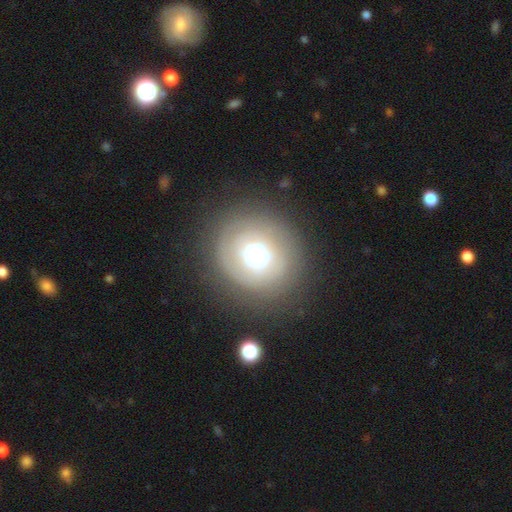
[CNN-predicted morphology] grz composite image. It shows a smooth galaxy with no disk features (48%). Merging: none (77%).